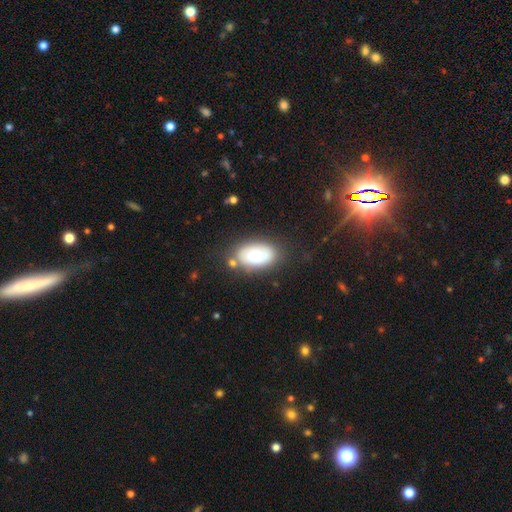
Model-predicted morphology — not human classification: The model was most divided on "smooth or featured": smooth: 60%, featured or disk: 33%, star or artifact: 7%. More confident: how rounded — in between (92%); merging — none (68%).